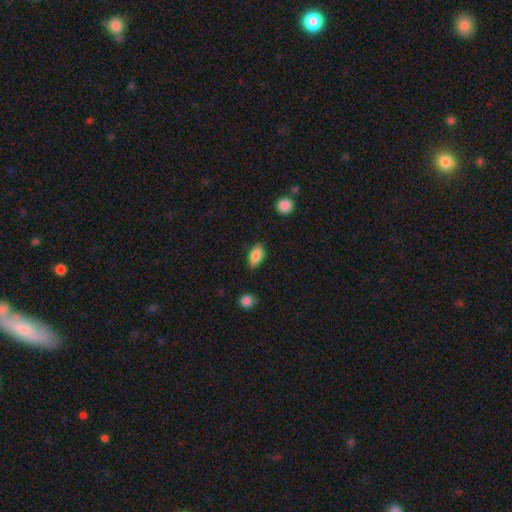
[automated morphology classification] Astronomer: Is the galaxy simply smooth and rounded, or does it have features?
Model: smooth — 85%.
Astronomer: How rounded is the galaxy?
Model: in between — 88%.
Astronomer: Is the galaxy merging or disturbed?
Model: none — 82%.